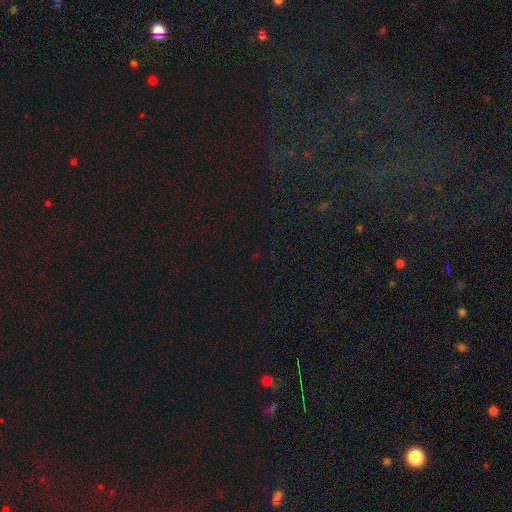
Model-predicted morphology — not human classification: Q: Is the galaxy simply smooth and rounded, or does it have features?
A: star or artifact — 74%.